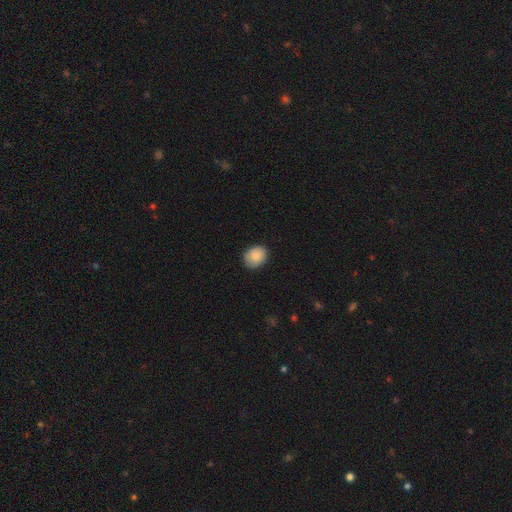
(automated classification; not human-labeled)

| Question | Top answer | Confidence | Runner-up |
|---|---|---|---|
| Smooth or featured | smooth | 86% | star or artifact (7%) |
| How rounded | in between | 50% | round (49%) |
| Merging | none | 83% | minor disturbance (13%) |